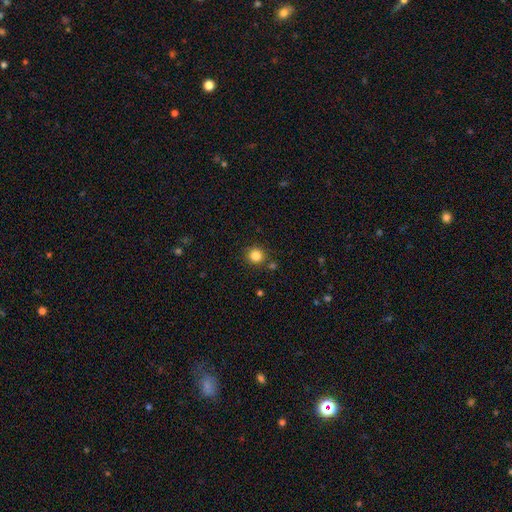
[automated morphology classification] A smooth galaxy with no disk features (83%) that is round (93%).

Vote fractions:
- Smooth or featured? smooth: 83% / star or artifact: 12% / featured or disk: 5%
- How rounded? round: 93% / in between: 6% / cigar-shaped: 1%
- Merging? none: 86% / minor disturbance: 7% / merger: 5% / major disturbance: 2%